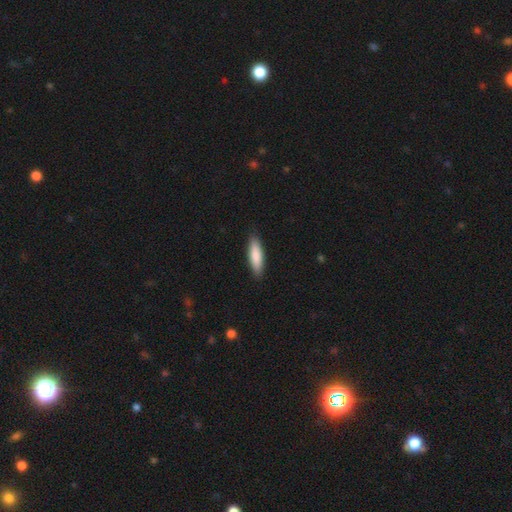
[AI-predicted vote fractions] smooth-or-featured: smooth: 84% | featured or disk: 11% | star or artifact: 5%
  how-rounded: cigar-shaped: 64% | in between: 34% | round: 1%
  merging: none: 89% | minor disturbance: 8% | major disturbance: 2% | merger: 1%